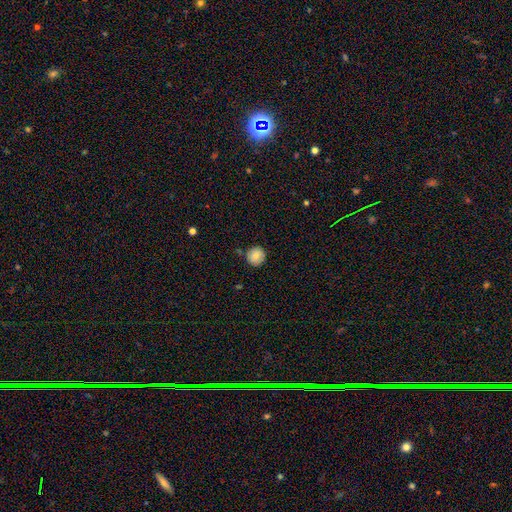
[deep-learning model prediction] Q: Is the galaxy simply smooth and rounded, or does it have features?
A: smooth — 83%.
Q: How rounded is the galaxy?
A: round — 95%.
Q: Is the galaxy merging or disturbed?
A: none — 85%.